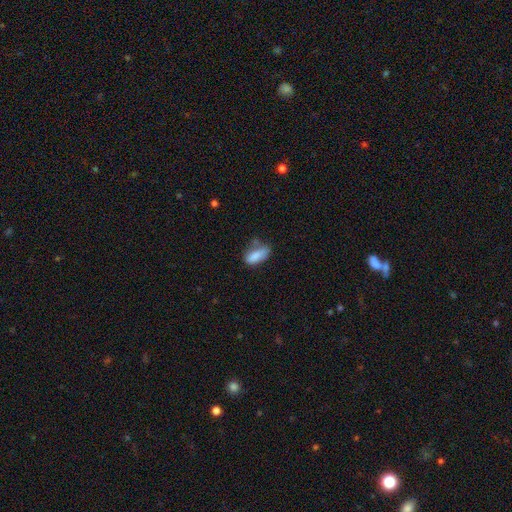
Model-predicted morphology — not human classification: Overall: smooth (84%). How rounded: in between (85%). Merging: none (51%; minor disturbance 32%).